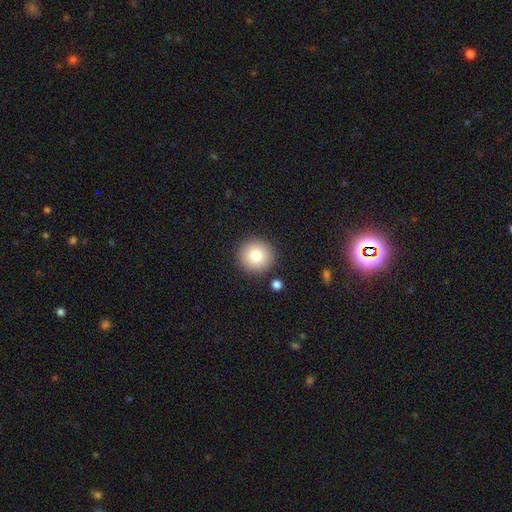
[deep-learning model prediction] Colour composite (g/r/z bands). It shows a smooth galaxy with no disk features (83%) that is round (95%). Merging: none (90%).